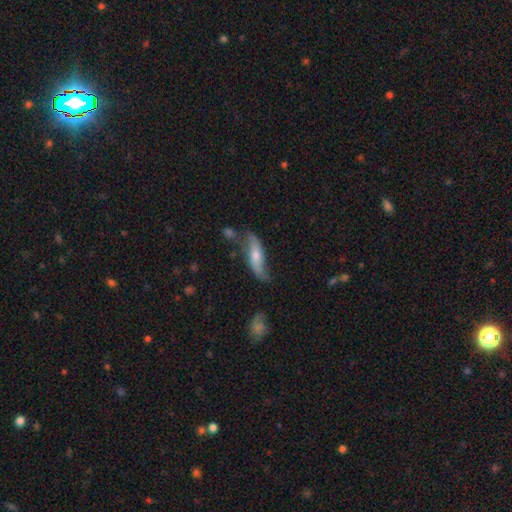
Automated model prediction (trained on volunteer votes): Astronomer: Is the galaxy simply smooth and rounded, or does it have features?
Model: featured or disk — 67%.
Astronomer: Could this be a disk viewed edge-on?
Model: no — 72%.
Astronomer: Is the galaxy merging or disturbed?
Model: none — 58%.